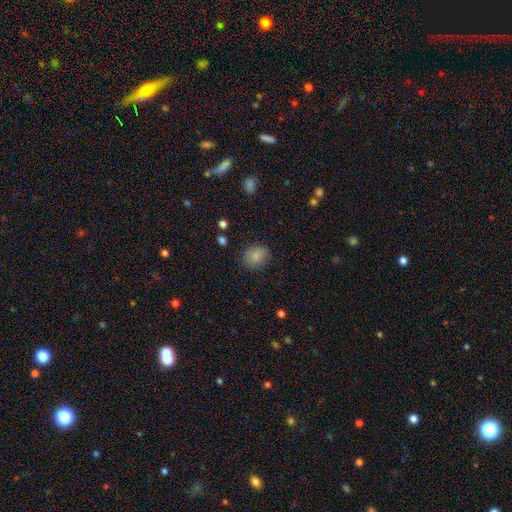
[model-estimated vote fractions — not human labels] smooth 82%, star or artifact 9%, featured or disk 9%. Down the decision tree: how rounded — round (58%); merging — none (81%).